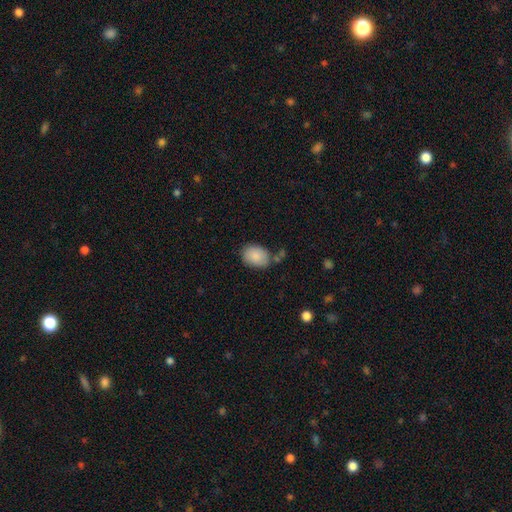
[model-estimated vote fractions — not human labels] A smooth galaxy with no disk features (87%) that is in between round and cigar-shaped (74%).

Vote fractions:
- Smooth or featured? smooth: 87% / star or artifact: 7% / featured or disk: 6%
- How rounded? in between: 74% / round: 25% / cigar-shaped: 1%
- Merging? none: 69% / minor disturbance: 19% / merger: 7% / major disturbance: 5%